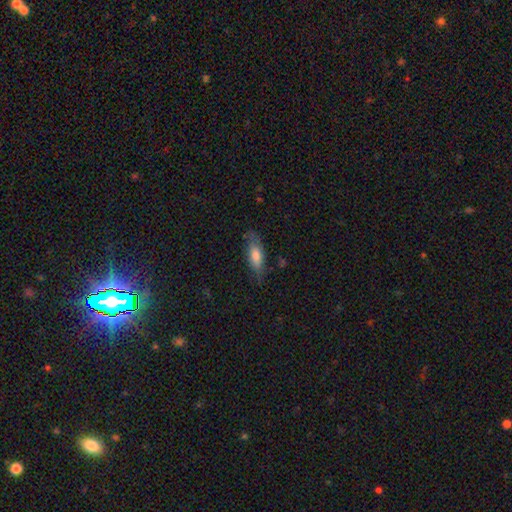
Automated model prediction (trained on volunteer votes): Morphology: type=smooth (72%); roundness=in between (64%); merging=none (71%).